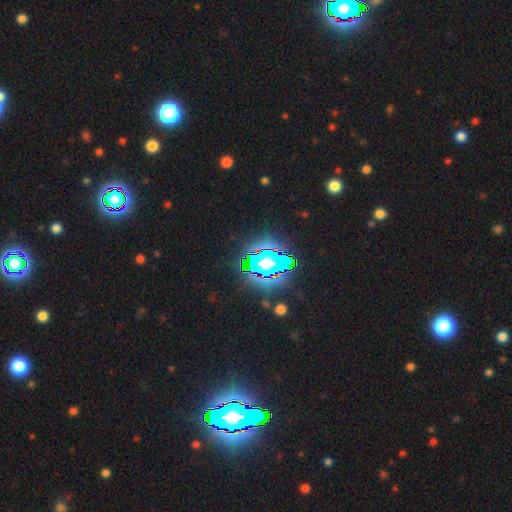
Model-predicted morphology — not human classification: The model was most divided on "smooth or featured": star or artifact: 62%, smooth: 22%, featured or disk: 16%.